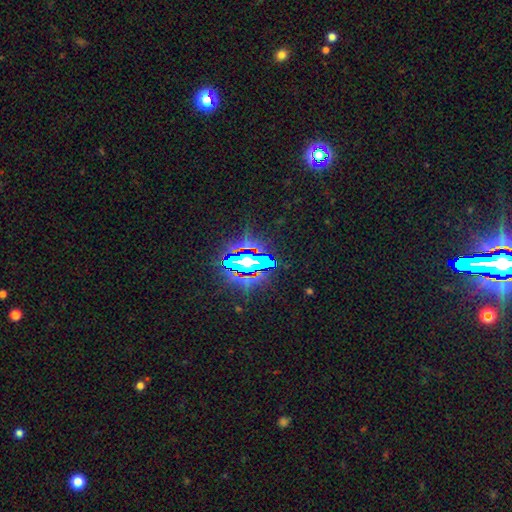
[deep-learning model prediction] This appears to be a star or artifact, not a galaxy (71%).